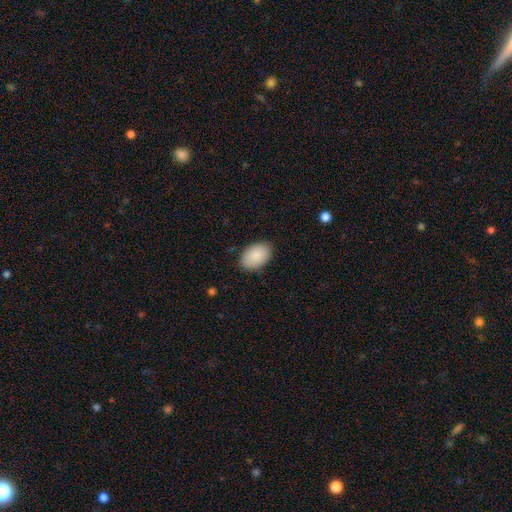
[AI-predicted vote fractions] smooth-or-featured: smooth: 88% | featured or disk: 6% | star or artifact: 6%
  how-rounded: in between: 90% | round: 8% | cigar-shaped: 1%
  merging: none: 86% | minor disturbance: 10% | major disturbance: 2% | merger: 1%